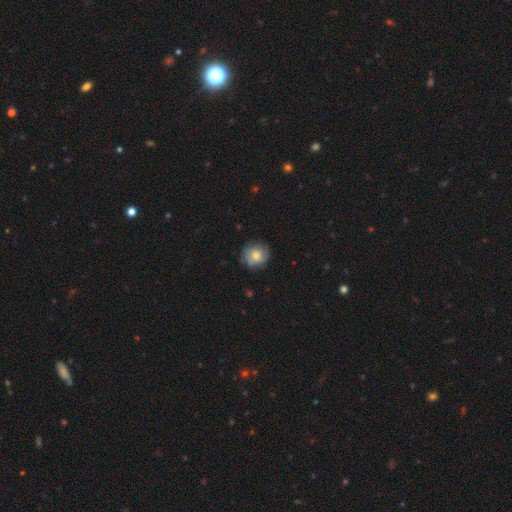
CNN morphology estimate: Smooth or featured? Predicted: smooth (p=0.63). How rounded? Predicted: round (p=0.87). Merging? Predicted: none (p=0.79).